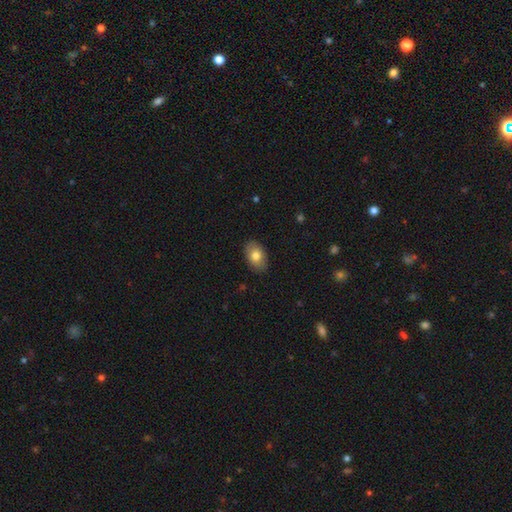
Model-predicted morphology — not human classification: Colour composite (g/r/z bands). It shows a smooth galaxy with no disk features (78%) that is in between round and cigar-shaped (88%). Merging: none (88%).